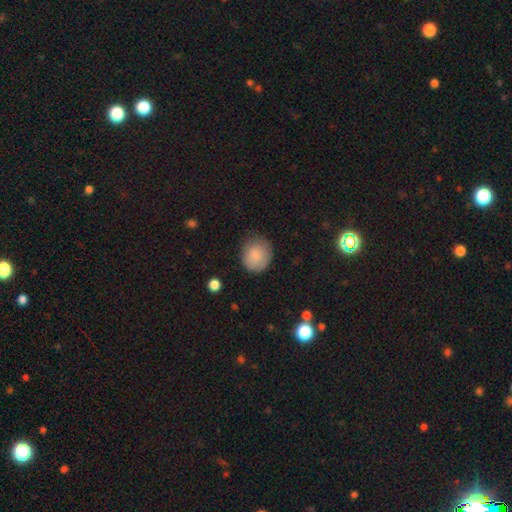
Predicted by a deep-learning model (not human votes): Morphology: type=smooth (84%); roundness=round (73%); merging=none (75%).